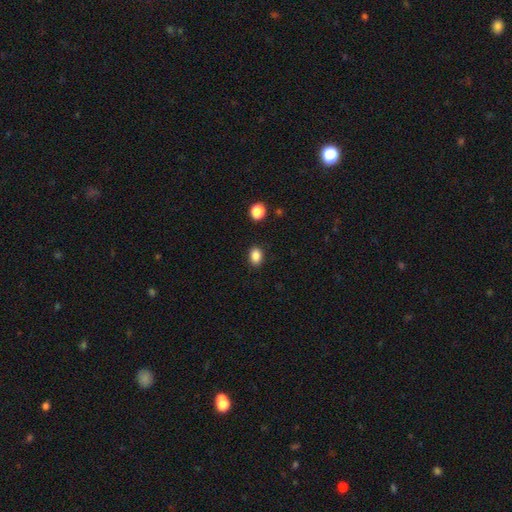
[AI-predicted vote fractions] Smooth or featured?
  - smooth: 86% *
  - star or artifact: 10%
  - featured or disk: 3%
How rounded?
  - in between: 70% *
  - round: 29%
  - cigar-shaped: 1%
Merging?
  - none: 88% *
  - minor disturbance: 8%
  - major disturbance: 2%
  - merger: 2%